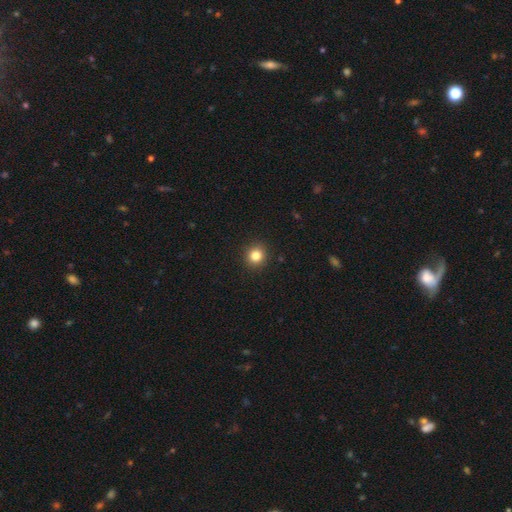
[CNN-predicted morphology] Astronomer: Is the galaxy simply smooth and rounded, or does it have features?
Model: smooth — 83%.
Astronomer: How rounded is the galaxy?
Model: round — 91%.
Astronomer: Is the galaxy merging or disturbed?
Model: none — 92%.